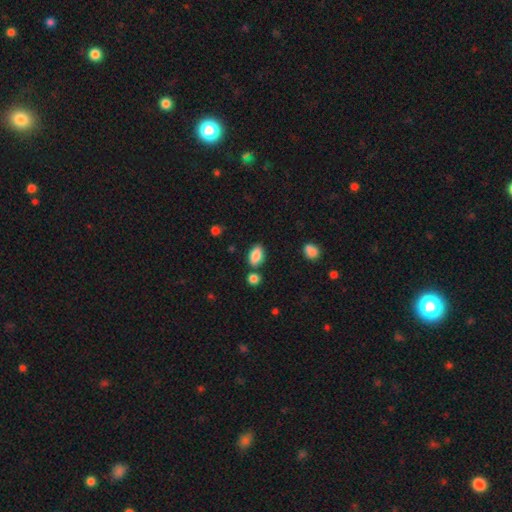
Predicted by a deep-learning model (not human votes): A smooth galaxy with no disk features (87%) that is in between round and cigar-shaped (91%).

Vote fractions:
- Smooth or featured? smooth: 87% / star or artifact: 8% / featured or disk: 5%
- How rounded? in between: 91% / round: 6% / cigar-shaped: 3%
- Merging? none: 73% / minor disturbance: 13% / merger: 11% / major disturbance: 3%